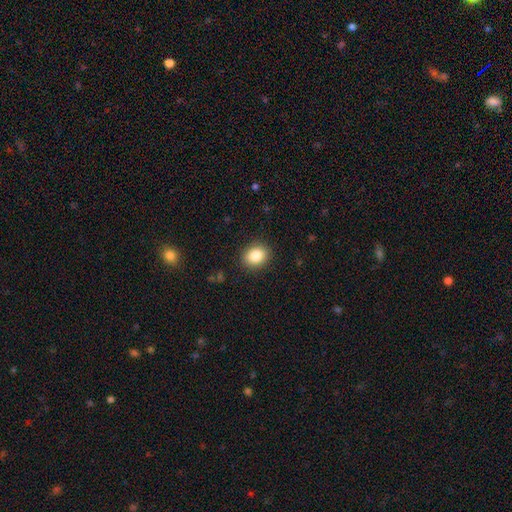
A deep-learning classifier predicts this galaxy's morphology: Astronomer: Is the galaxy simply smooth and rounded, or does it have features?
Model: smooth — 85%.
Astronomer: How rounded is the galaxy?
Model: round — 53% (runner-up: in between, 47%).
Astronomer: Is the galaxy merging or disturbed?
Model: none — 89%.